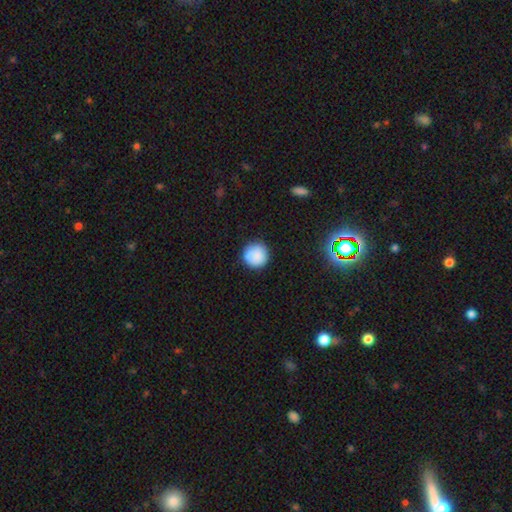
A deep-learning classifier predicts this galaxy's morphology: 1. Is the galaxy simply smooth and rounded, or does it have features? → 83% smooth, 9% featured or disk, 9% star or artifact.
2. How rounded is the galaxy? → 94% round, 5% in between, 1% cigar-shaped.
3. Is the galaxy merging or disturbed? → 79% none, 14% minor disturbance, 4% major disturbance, 3% merger.